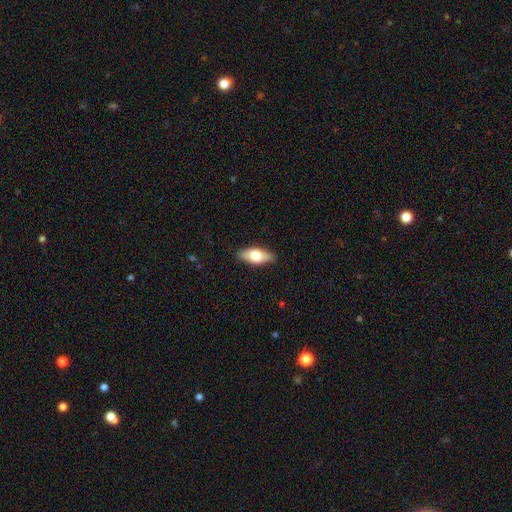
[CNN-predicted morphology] smooth-or-featured: smooth: 67% | featured or disk: 27% | star or artifact: 6%
  how-rounded: in between: 81% | cigar-shaped: 16% | round: 3%
  merging: none: 85% | minor disturbance: 11% | major disturbance: 2% | merger: 1%